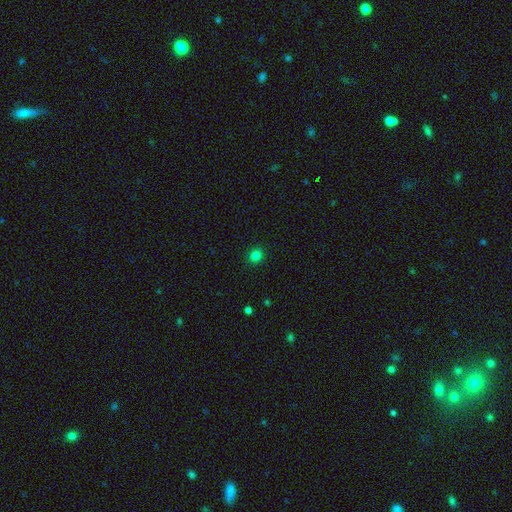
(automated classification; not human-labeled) A smooth galaxy with no disk features (81%) that is round (83%). Merging: none (92%).